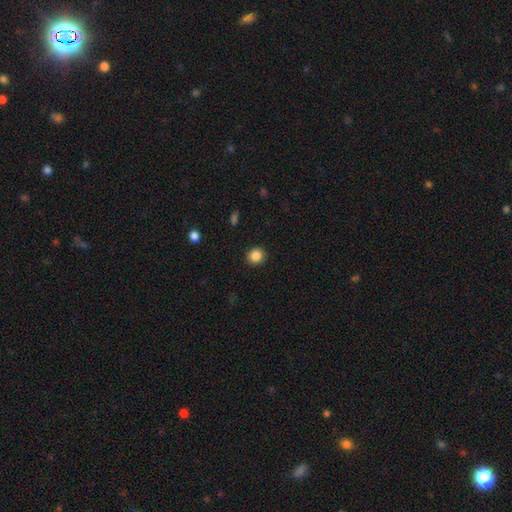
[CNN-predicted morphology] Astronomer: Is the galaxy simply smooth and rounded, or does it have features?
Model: smooth — 86%.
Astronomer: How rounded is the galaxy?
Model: round — 89%.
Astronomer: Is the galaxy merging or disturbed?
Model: none — 91%.